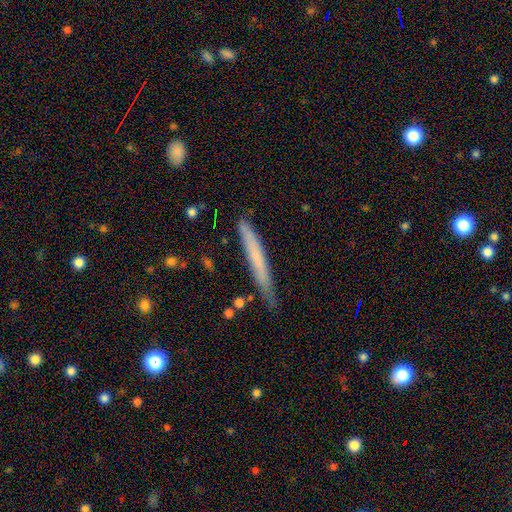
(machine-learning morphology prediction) smooth_or_featured: smooth (p=0.60) [alt: featured or disk p=0.33]
how_rounded: cigar-shaped (p=0.96) [alt: in between p=0.03]
merging: none (p=0.77) [alt: minor disturbance p=0.18]